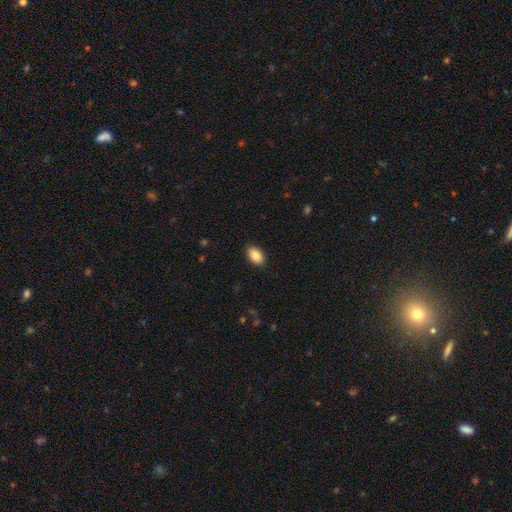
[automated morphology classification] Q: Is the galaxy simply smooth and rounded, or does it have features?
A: smooth — 89%.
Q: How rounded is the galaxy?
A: in between — 92%.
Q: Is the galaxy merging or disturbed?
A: none — 89%.